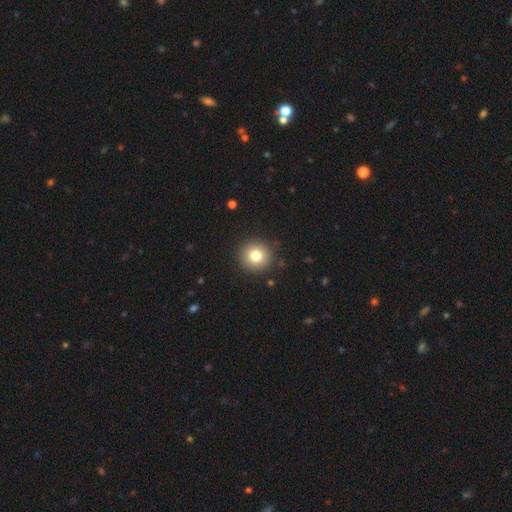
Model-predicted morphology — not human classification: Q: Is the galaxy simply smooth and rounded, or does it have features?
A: smooth — 79%.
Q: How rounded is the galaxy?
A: round — 94%.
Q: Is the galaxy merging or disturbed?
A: none — 91%.